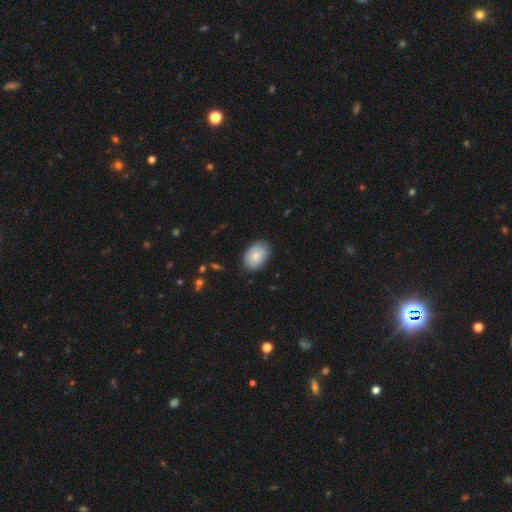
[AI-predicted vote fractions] Q: Smooth or featured?
A: smooth (79%); runner-up: featured or disk (15%)
Q: How rounded?
A: in between (84%); runner-up: round (15%)
Q: Merging?
A: none (83%); runner-up: minor disturbance (14%)